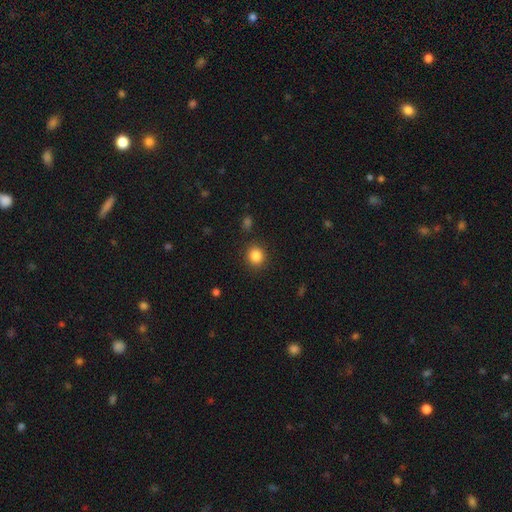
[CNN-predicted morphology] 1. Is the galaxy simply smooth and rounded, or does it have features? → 85% smooth, 11% star or artifact, 5% featured or disk.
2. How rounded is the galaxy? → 84% round, 15% in between, 1% cigar-shaped.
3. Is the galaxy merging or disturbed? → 89% none, 7% minor disturbance, 2% major disturbance, 2% merger.